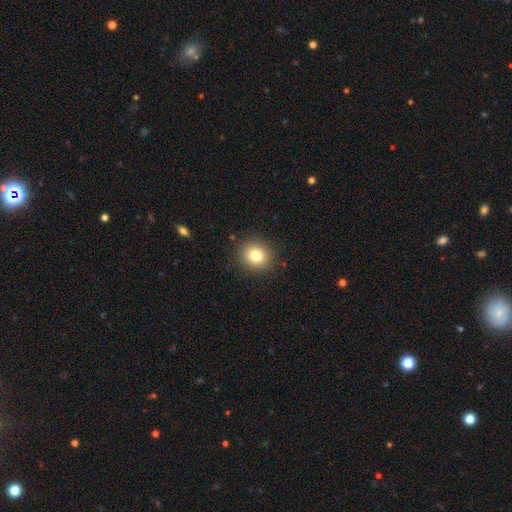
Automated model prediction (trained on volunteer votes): Overall: smooth (81%). How rounded: round (79%). Merging: none (89%).